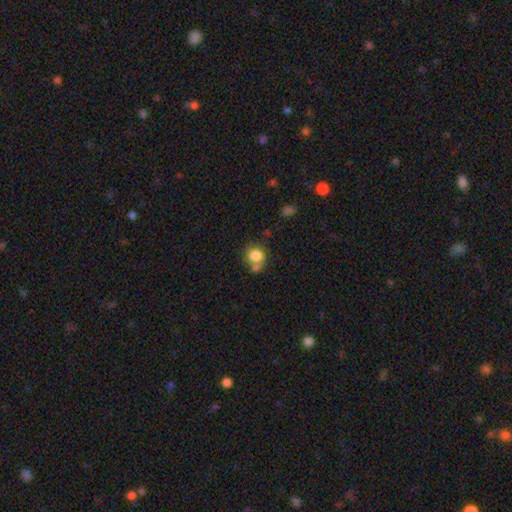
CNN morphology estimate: A smooth galaxy with no disk features (80%) that is round (73%).

Vote fractions:
- Smooth or featured? smooth: 80% / featured or disk: 10% / star or artifact: 10%
- How rounded? round: 73% / in between: 26% / cigar-shaped: 1%
- Merging? none: 50% / merger: 29% / minor disturbance: 15% / major disturbance: 6%